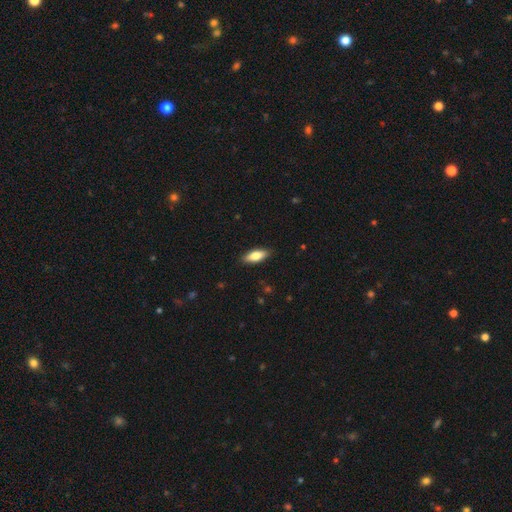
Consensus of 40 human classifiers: smooth 82%, featured or disk 12%, star or artifact 5%. Down the decision tree: how rounded — in between (91%); merging — none (92%).